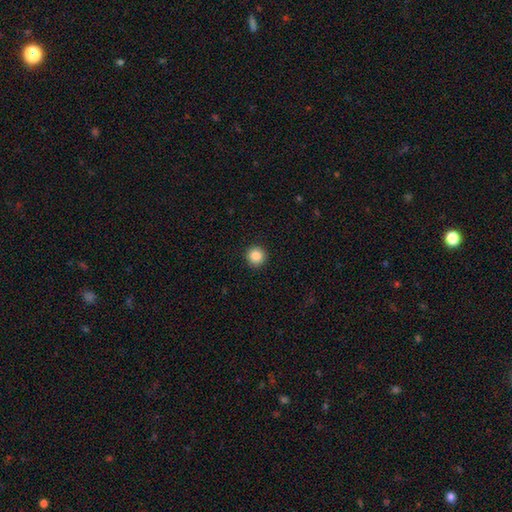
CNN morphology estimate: smooth 87%, star or artifact 9%, featured or disk 4%. Down the decision tree: how rounded — round (95%); merging — none (93%).